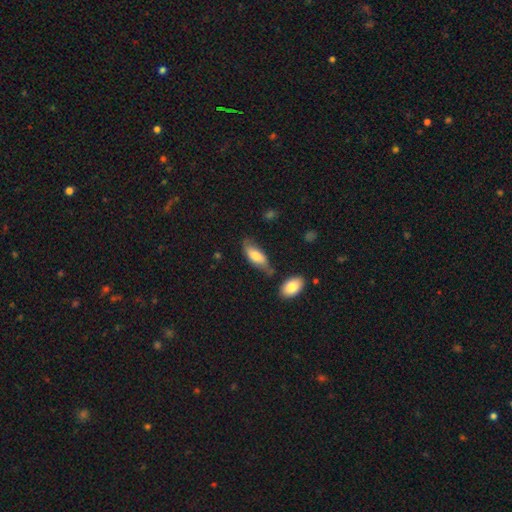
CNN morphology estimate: Smooth or featured? smooth (68%)
How rounded? in between (80%)
Merging? none (55%)